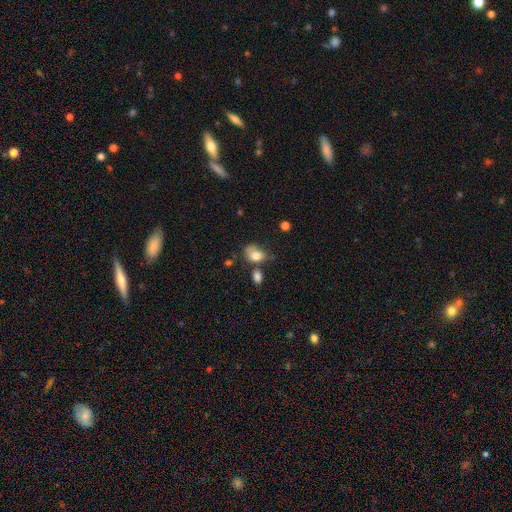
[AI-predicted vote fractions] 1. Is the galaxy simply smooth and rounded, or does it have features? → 78% smooth, 13% featured or disk, 9% star or artifact.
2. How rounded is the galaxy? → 71% in between, 28% round, 1% cigar-shaped.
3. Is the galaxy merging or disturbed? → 34% none, 29% minor disturbance, 20% merger, 17% major disturbance.